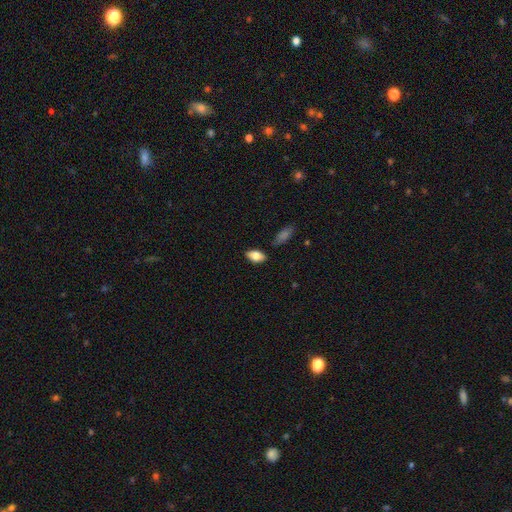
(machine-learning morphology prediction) Smooth or featured? smooth (76%)
How rounded? in between (89%)
Merging? none (80%)